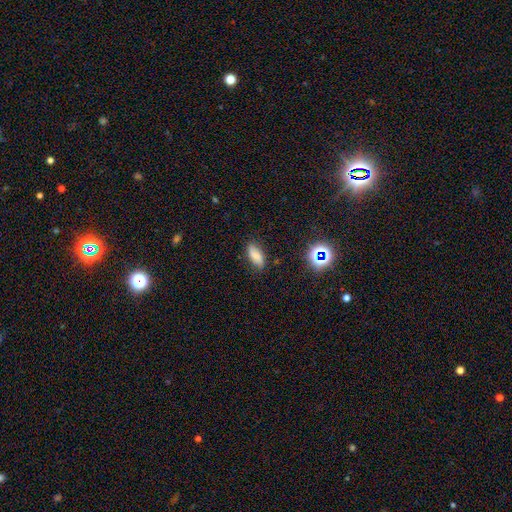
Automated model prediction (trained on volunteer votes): smooth 69%, featured or disk 18%, star or artifact 13%. Down the decision tree: how rounded — in between (83%); merging — none (75%).